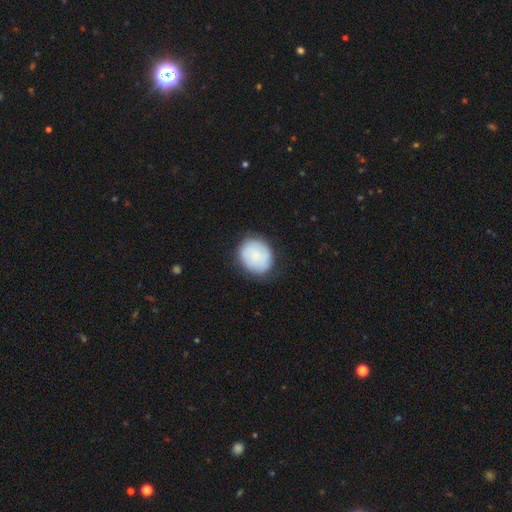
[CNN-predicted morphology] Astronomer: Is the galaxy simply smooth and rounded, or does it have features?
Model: smooth — 78%.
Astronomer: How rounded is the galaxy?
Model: round — 66%.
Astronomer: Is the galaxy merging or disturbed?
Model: none — 78%.